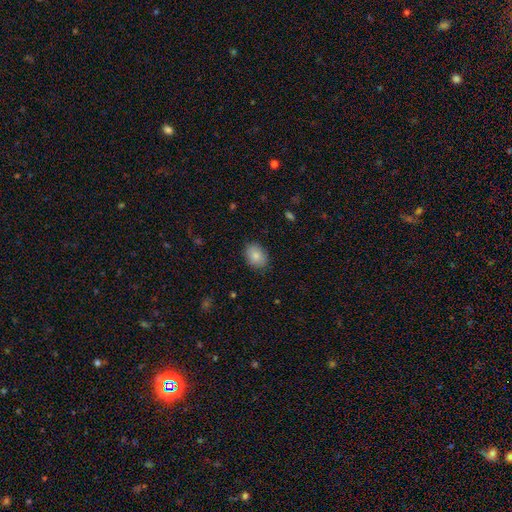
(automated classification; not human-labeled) This appears to be a smooth galaxy with no disk features (84%) that is in between round and cigar-shaped (70%). Merging: none (85%).